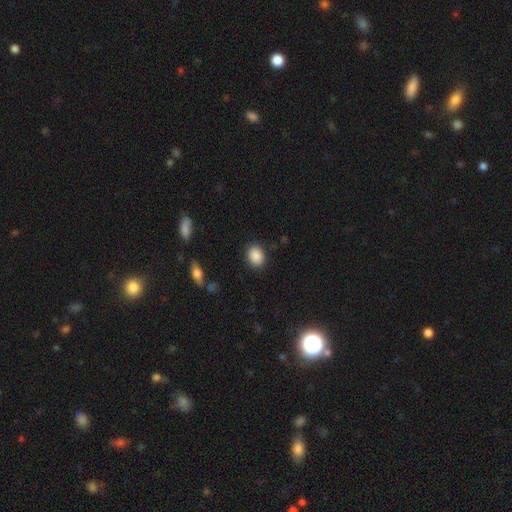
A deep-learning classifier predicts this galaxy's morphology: smooth_or_featured: smooth (p=0.88) [alt: star or artifact p=0.08]
how_rounded: in between (p=0.56) [alt: round p=0.43]
merging: none (p=0.87) [alt: minor disturbance p=0.09]